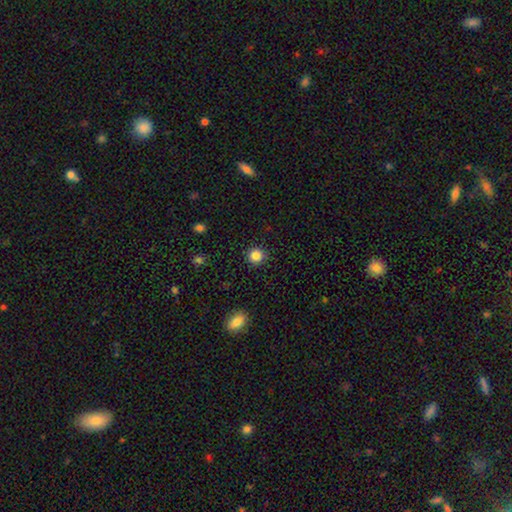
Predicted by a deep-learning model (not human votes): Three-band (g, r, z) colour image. It shows a smooth galaxy with no disk features (85%) that is round (94%). Merging: none (91%).